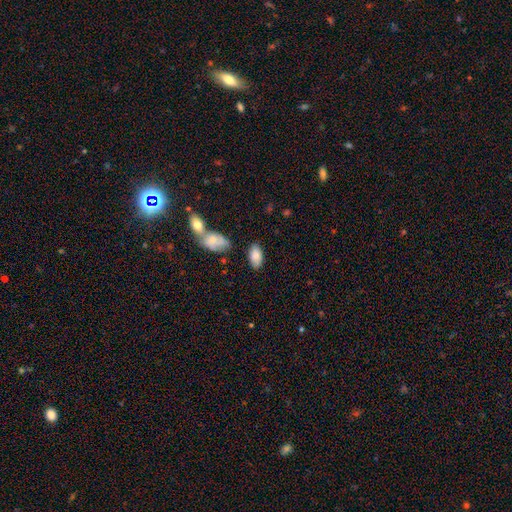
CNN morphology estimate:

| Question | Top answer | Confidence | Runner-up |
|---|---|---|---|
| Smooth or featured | smooth | 83% | featured or disk (10%) |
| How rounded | in between | 94% | round (3%) |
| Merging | none | 77% | minor disturbance (13%) |